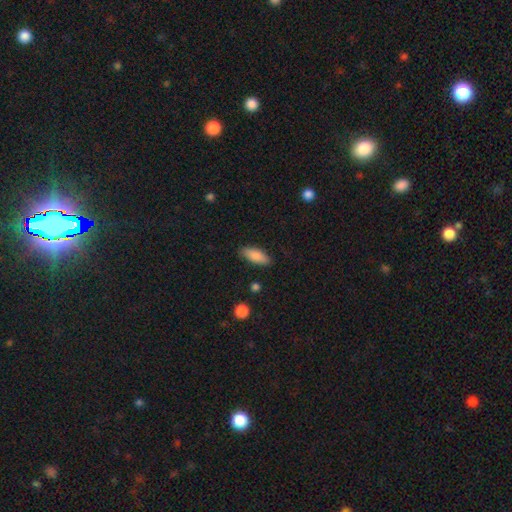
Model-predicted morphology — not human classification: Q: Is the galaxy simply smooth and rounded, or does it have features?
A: smooth — 84%.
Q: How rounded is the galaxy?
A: in between — 77%.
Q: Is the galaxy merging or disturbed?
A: none — 85%.